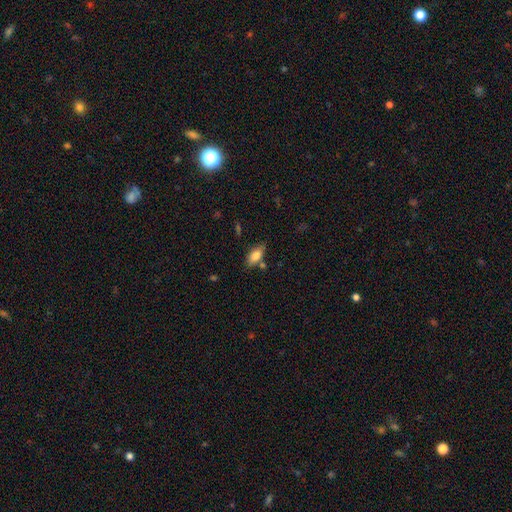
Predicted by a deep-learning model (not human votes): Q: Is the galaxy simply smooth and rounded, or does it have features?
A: smooth — 80%.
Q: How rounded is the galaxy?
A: in between — 87%.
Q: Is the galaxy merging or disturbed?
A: none — 73%.